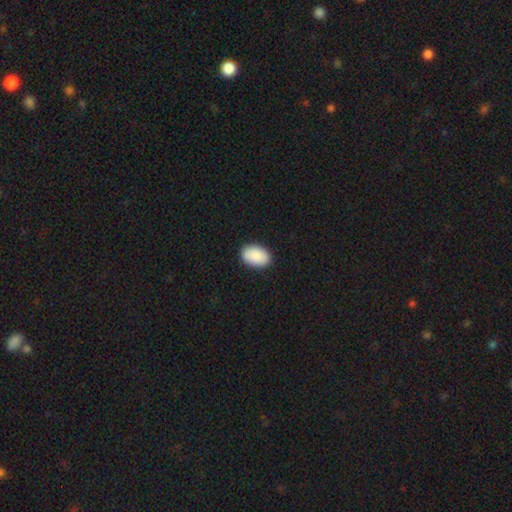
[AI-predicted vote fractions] Overall: smooth (91%). How rounded: in between (89%). Merging: none (89%).